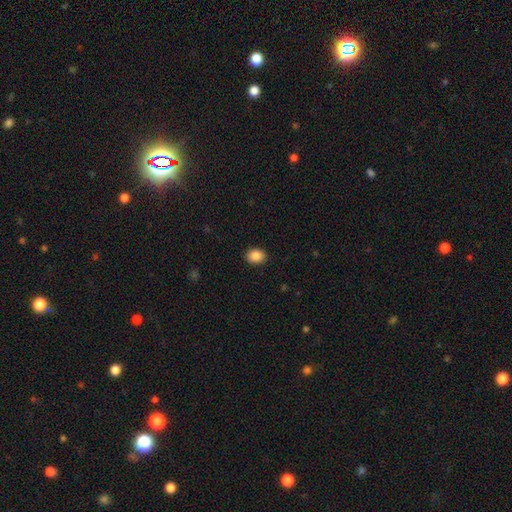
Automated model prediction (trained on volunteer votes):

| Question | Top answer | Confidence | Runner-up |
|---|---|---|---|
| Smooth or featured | smooth | 88% | star or artifact (9%) |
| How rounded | in between | 62% | round (37%) |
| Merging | none | 90% | minor disturbance (7%) |